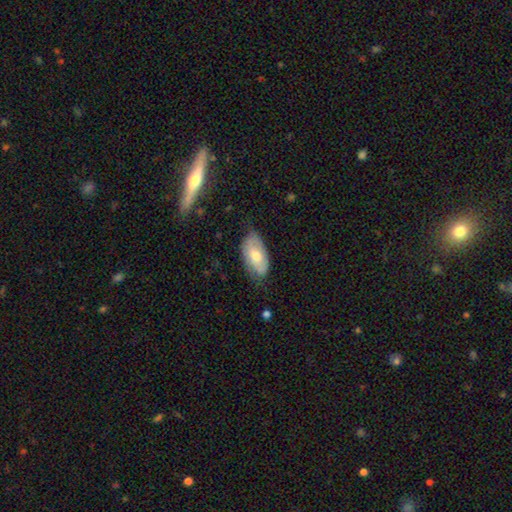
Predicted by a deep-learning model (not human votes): A smooth galaxy with no disk features (59%) that is in between round and cigar-shaped (94%).

Vote fractions:
- Smooth or featured? smooth: 59% / featured or disk: 35% / star or artifact: 6%
- How rounded? in between: 94% / round: 4% / cigar-shaped: 3%
- Merging? none: 63% / minor disturbance: 29% / major disturbance: 7% / merger: 1%